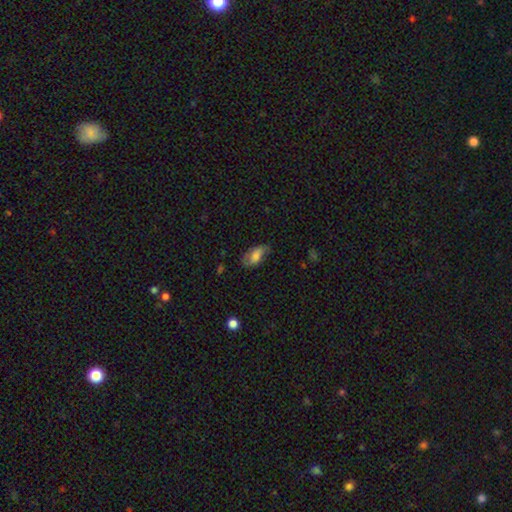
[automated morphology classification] smooth 67%, featured or disk 25%, star or artifact 8%. Down the decision tree: how rounded — in between (90%); merging — none (61%).